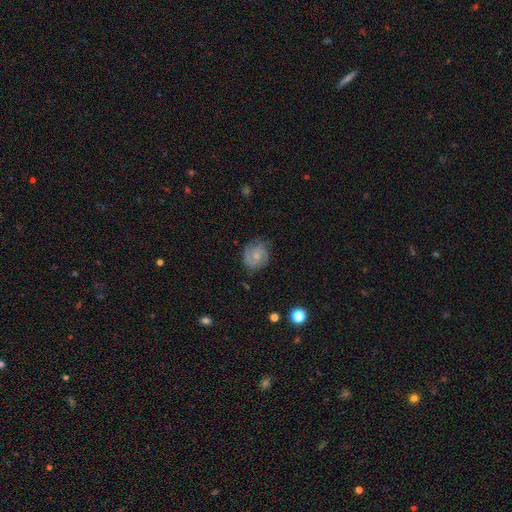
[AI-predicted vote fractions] Overall: featured or disk (68%). Edge-on disk: no (98%). Bar: no (68%). Spiral arms: yes (93%). Spiral arm count: 2 (49%; can't tell 20%). Spiral winding: tight (54%; medium 36%). Bulge size: small (54%; moderate 33%). Merging: none (70%).